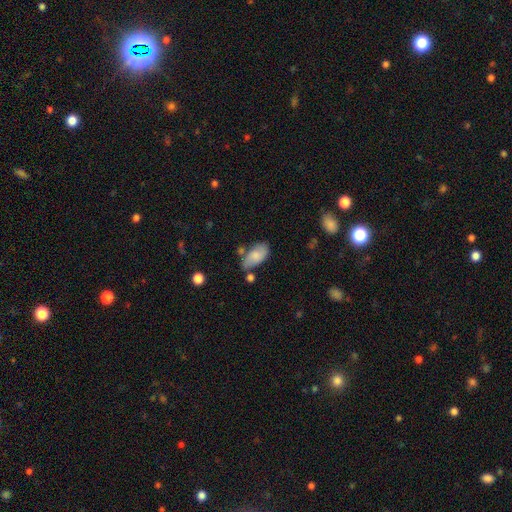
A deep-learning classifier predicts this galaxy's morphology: Smooth or featured?
  - smooth: 73% *
  - featured or disk: 19%
  - star or artifact: 7%
How rounded?
  - in between: 93% *
  - cigar-shaped: 3%
  - round: 3%
Merging?
  - none: 56% *
  - minor disturbance: 25%
  - merger: 12%
  - major disturbance: 7%